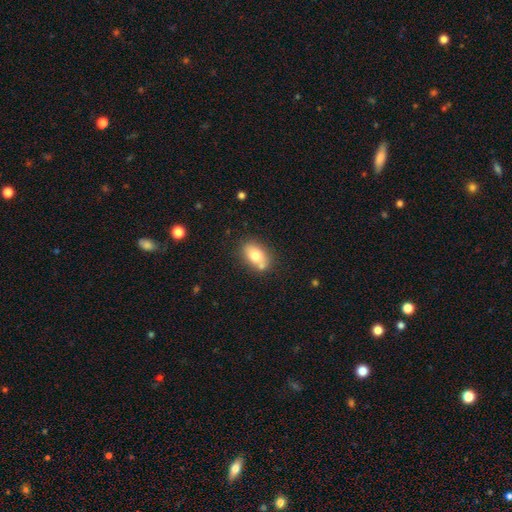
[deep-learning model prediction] This is likely a smooth galaxy (75%). How rounded: clearly in between (83%). Merging: likely none (66%).